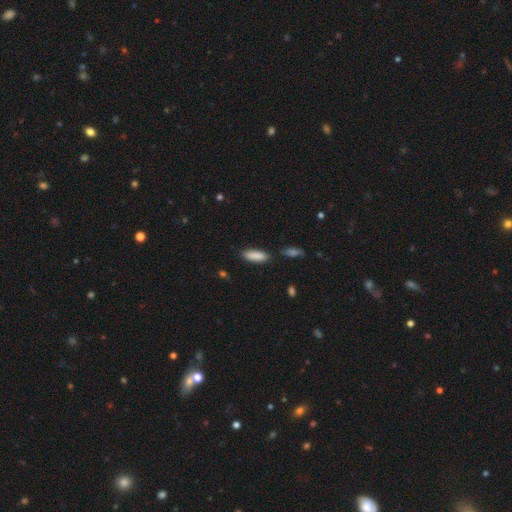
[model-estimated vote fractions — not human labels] This appears to be a smooth galaxy with no disk features (88%) that is in between round and cigar-shaped (58%). Merging: none (81%).